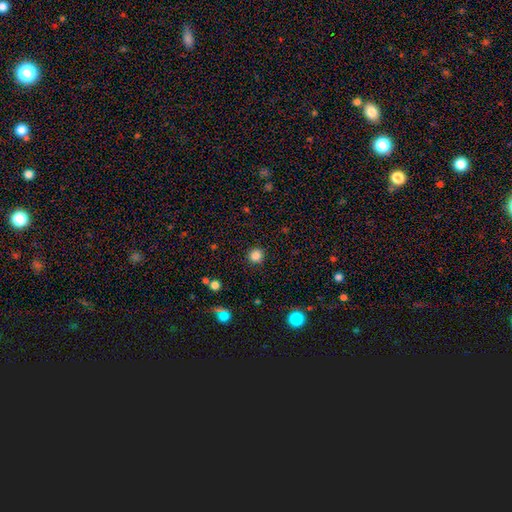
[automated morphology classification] Smooth or featured? Predicted: smooth (p=0.84). How rounded? Predicted: round (p=0.93). Merging? Predicted: none (p=0.91).